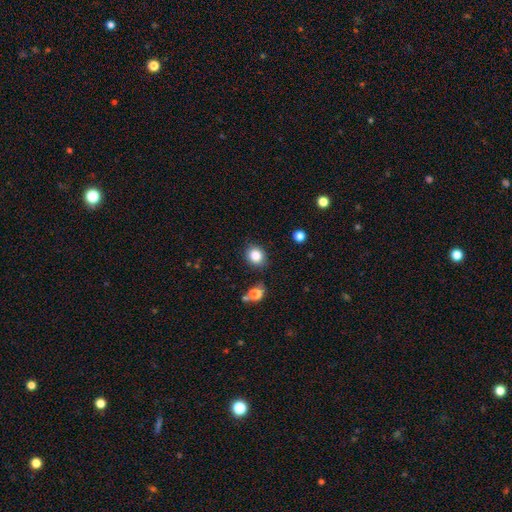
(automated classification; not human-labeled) This is clearly a smooth galaxy (85%). How rounded: likely round (68%). Merging: clearly none (80%).